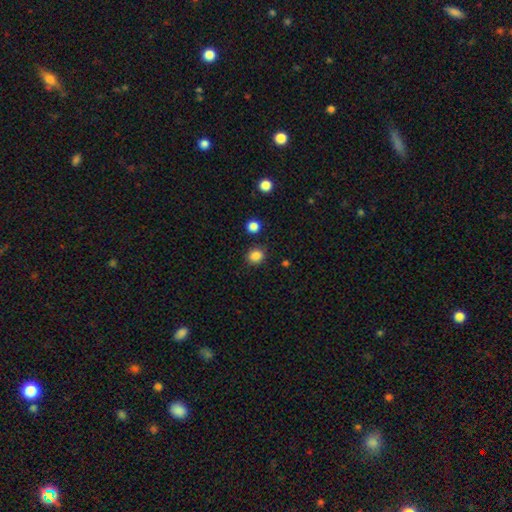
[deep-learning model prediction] smooth 85%, star or artifact 11%, featured or disk 3%. Down the decision tree: how rounded — round (74%); merging — none (86%).